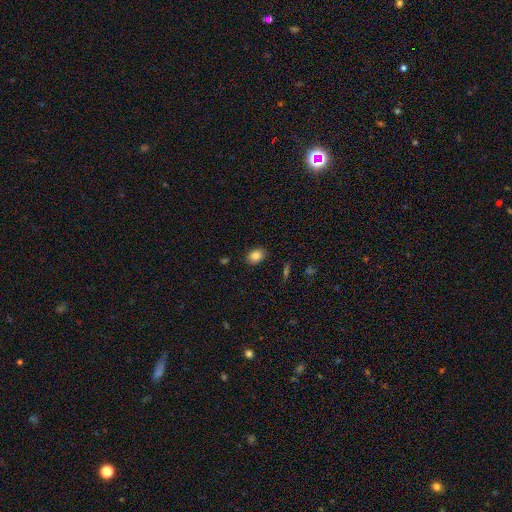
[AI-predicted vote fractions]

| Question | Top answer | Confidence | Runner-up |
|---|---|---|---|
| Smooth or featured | smooth | 85% | star or artifact (9%) |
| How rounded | in between | 67% | round (32%) |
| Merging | none | 87% | minor disturbance (9%) |